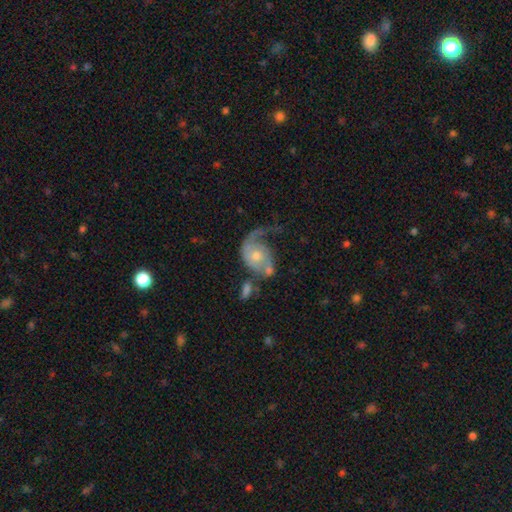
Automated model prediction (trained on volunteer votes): This appears to be a featured or disk galaxy (75%) with no bar (74%), 1 (65%) loose (49%) spiral arms (88%) and a moderate central bulge (57%). Merging: major disturbance (40%).